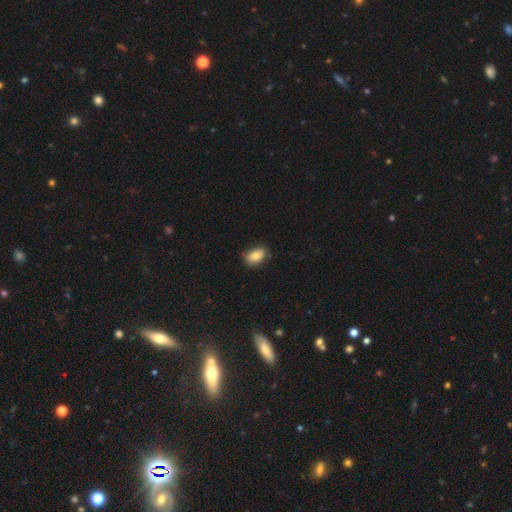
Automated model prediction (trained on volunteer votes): A smooth galaxy with no disk features (78%) that is in between round and cigar-shaped (85%).

Vote fractions:
- Smooth or featured? smooth: 78% / featured or disk: 14% / star or artifact: 8%
- How rounded? in between: 85% / round: 13% / cigar-shaped: 2%
- Merging? none: 72% / minor disturbance: 23% / major disturbance: 4% / merger: 1%